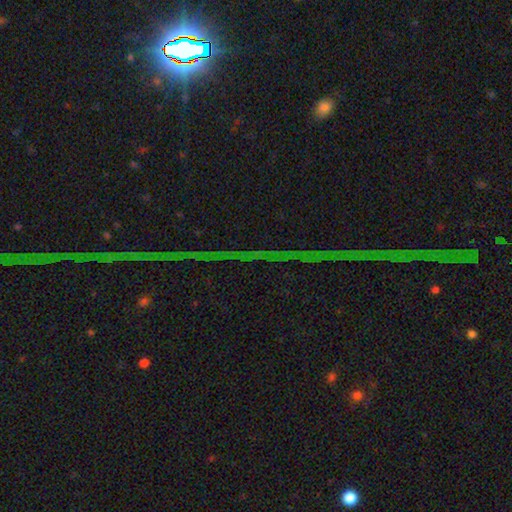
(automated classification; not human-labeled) Q: Smooth or featured?
A: star or artifact (85%); runner-up: featured or disk (8%)